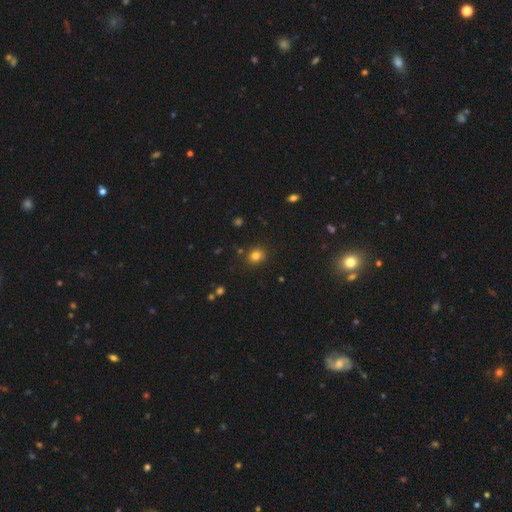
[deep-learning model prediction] smooth 80%, star or artifact 14%, featured or disk 6%. Down the decision tree: how rounded — round (67%); merging — none (83%).